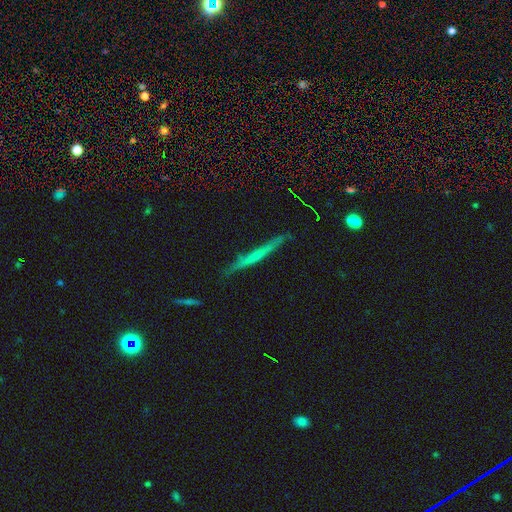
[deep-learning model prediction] Morphology: type=featured or disk (51%); edge-on=yes (95%); merging=none (84%).